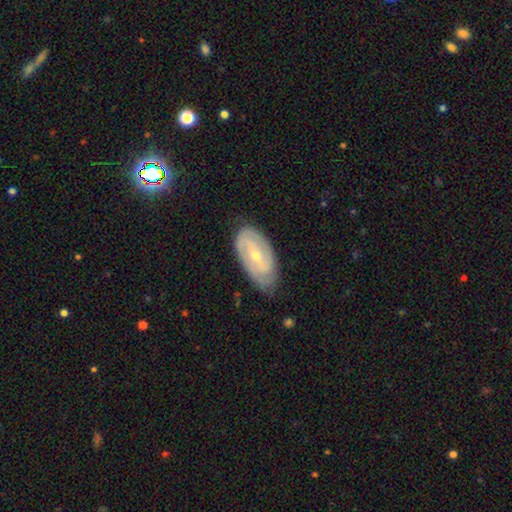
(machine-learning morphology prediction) A featured or disk galaxy (73%) with a weak bar (44%), 2 (50%) tight (59%) spiral arms (84%) and a small central bulge (56%). Merging: none (69%).